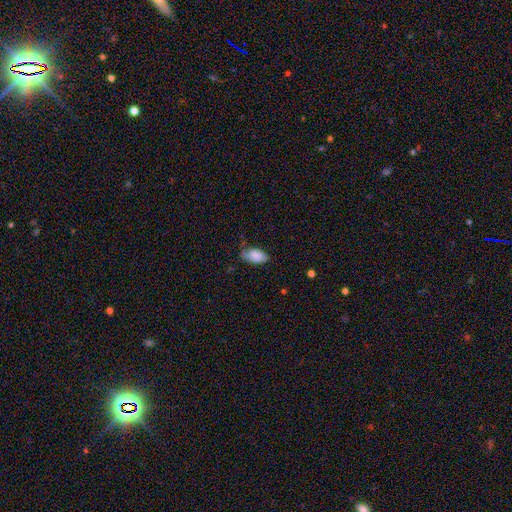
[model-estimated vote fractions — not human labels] Smooth or featured? smooth (85%)
How rounded? in between (94%)
Merging? none (55%)